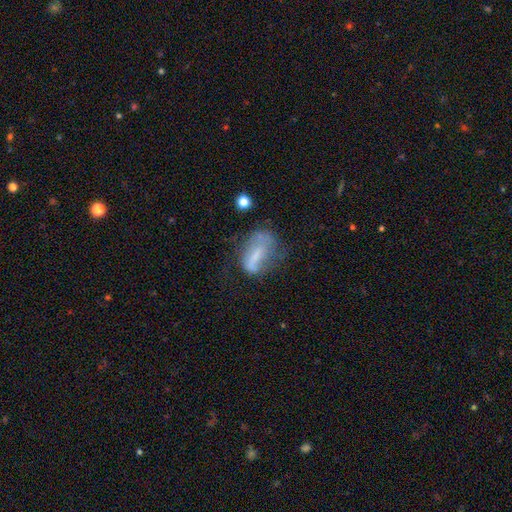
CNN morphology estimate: Smooth or featured?
  - smooth: 45% *
  - featured or disk: 44%
  - star or artifact: 11%
Merging?
  - none: 36% *
  - major disturbance: 30%
  - minor disturbance: 28%
  - merger: 6%